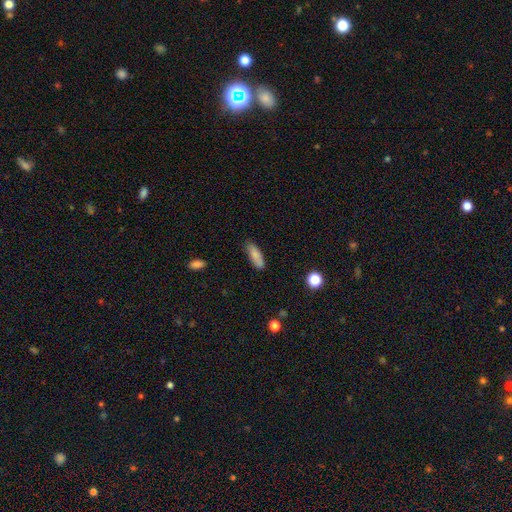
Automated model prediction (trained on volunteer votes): Smooth or featured? Predicted: smooth (p=0.83). How rounded? Predicted: in between (p=0.61). Merging? Predicted: none (p=0.73).